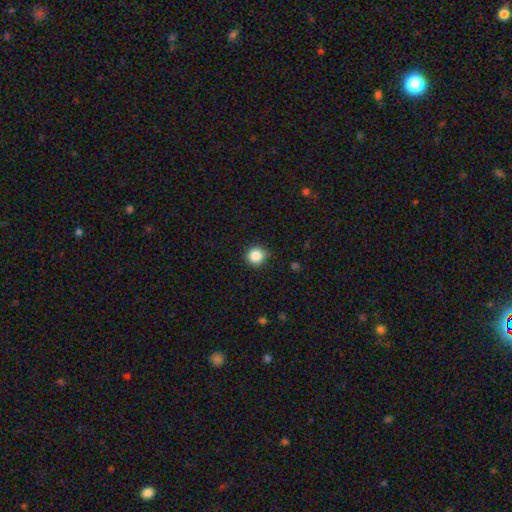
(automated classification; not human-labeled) Morphology: type=smooth (87%); roundness=round (93%); merging=none (88%).